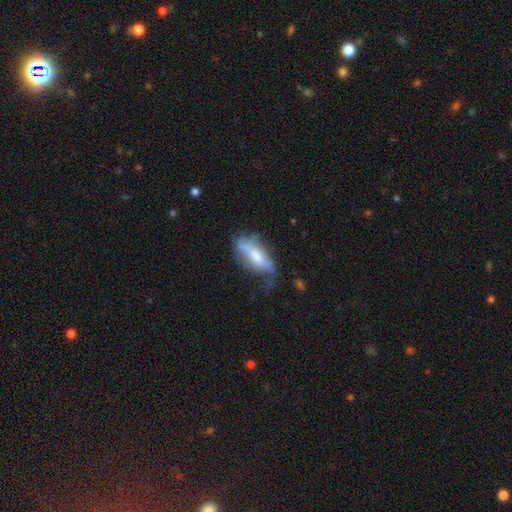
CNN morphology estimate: Smooth or featured? smooth (53%)
How rounded? in between (70%)
Merging? none (38%)